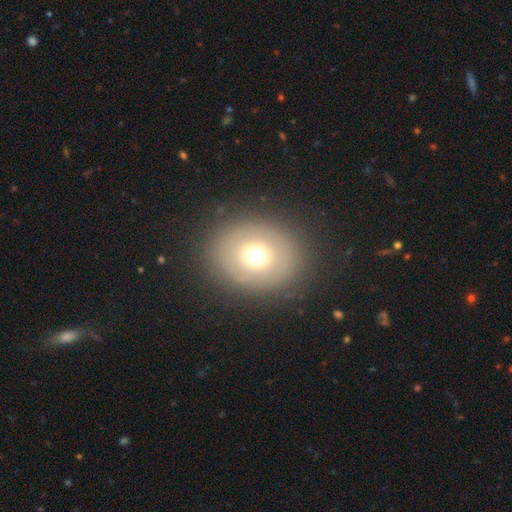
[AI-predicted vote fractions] Smooth or featured?
  - smooth: 66% *
  - featured or disk: 18%
  - star or artifact: 16%
How rounded?
  - round: 67% *
  - in between: 32%
  - cigar-shaped: 1%
Merging?
  - none: 86% *
  - minor disturbance: 8%
  - major disturbance: 5%
  - merger: 1%